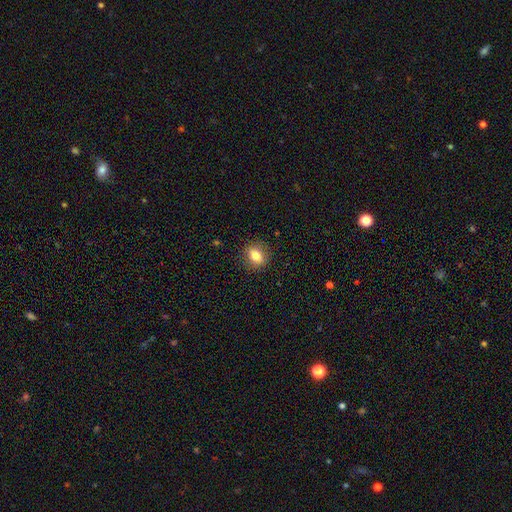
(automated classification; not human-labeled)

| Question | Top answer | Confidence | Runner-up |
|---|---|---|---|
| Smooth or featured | smooth | 79% | featured or disk (12%) |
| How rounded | in between | 54% | round (43%) |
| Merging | none | 87% | minor disturbance (9%) |